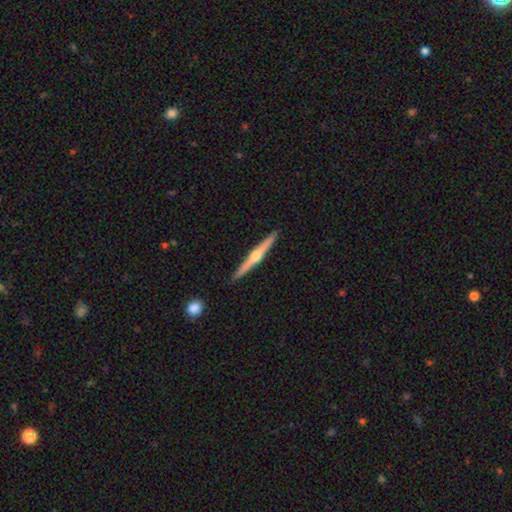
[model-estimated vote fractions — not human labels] smooth-or-featured: featured or disk: 77% | smooth: 18% | star or artifact: 5%
  disk-edge-on: yes: 98% | no: 2%
    edge-on-bulge: rounded: 94% | none: 3% | boxy: 2%
  merging: none: 92% | minor disturbance: 5% | merger: 1% | major disturbance: 1%